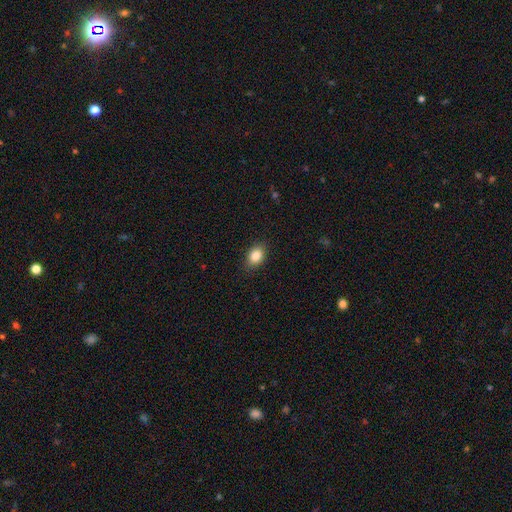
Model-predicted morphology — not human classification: A smooth galaxy with no disk features (85%) that is in between round and cigar-shaped (78%). Merging: none (87%).